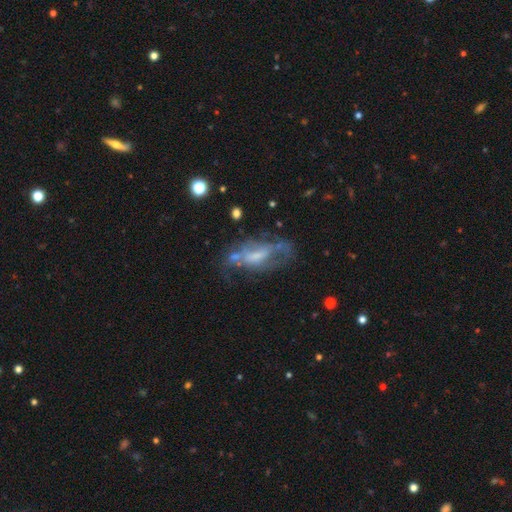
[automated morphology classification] A featured or disk galaxy (62%) with no bar (50%), no spiral arms (55%) and a small central bulge (39%). Merging: none (36%).